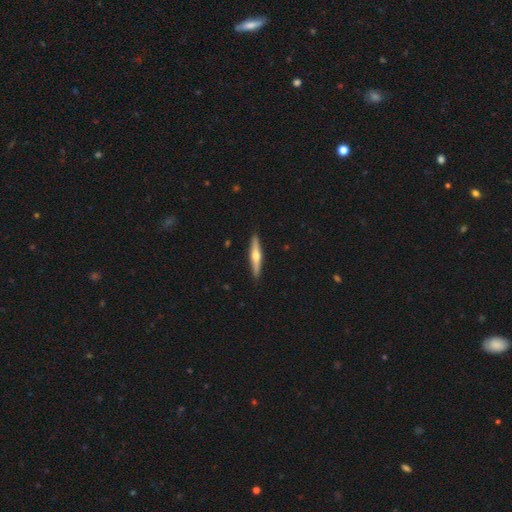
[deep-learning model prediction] Smooth or featured: featured or disk — 60% (smooth — 35%)
Edge-on disk: yes — 96% (no — 4%)
Edge-on bulge: rounded — 92% (none — 5%)
Merging: none — 91% (minor disturbance — 7%)